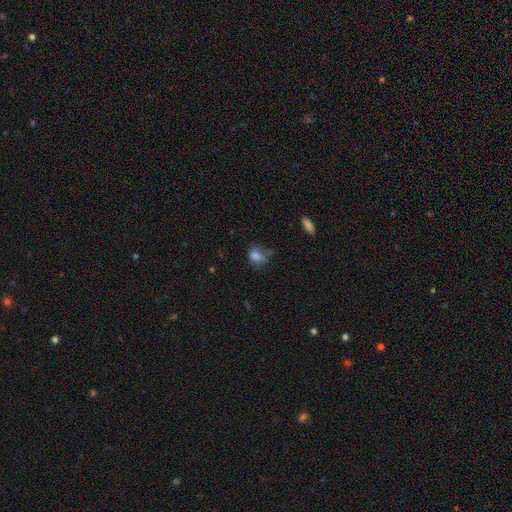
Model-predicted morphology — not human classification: smooth-or-featured: smooth: 73% | featured or disk: 14% | star or artifact: 13%
  how-rounded: in between: 66% | round: 32% | cigar-shaped: 2%
  merging: none: 38% | minor disturbance: 29% | major disturbance: 25% | merger: 9%